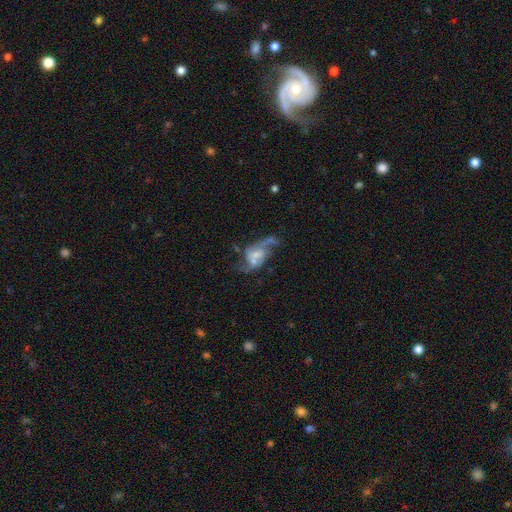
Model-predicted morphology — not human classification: featured or disk 81%, smooth 12%, star or artifact 7%. Down the decision tree: edge-on disk — no (97%); bar — weak (46%); spiral arms — yes (91%); spiral arm count — 2 (89%); spiral winding — loose (66%); bulge size — small (45%); merging — none (46%).